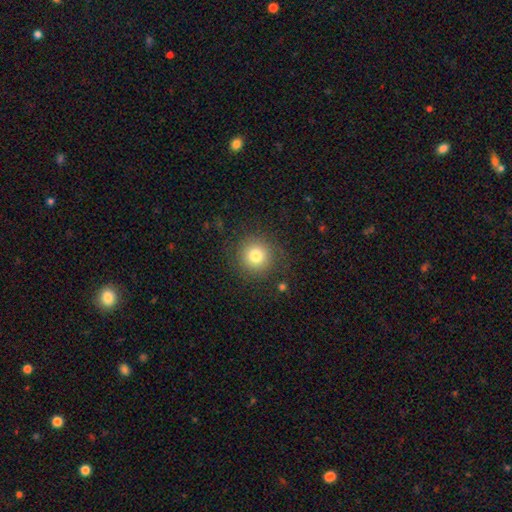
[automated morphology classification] Smooth or featured? smooth (78%)
How rounded? round (94%)
Merging? none (85%)